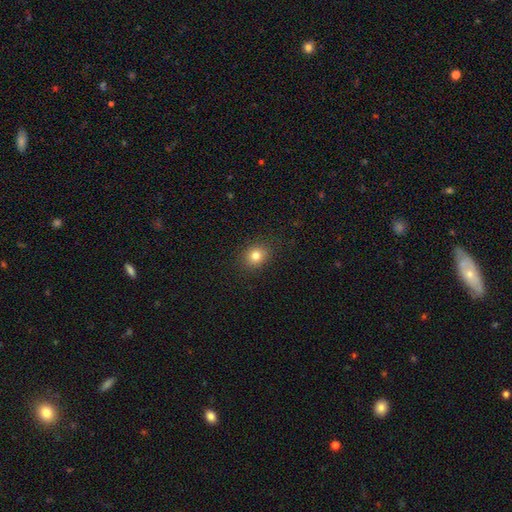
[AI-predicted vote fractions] Smooth or featured? Predicted: smooth (p=0.81). How rounded? Predicted: round (p=0.64). Merging? Predicted: none (p=0.88).